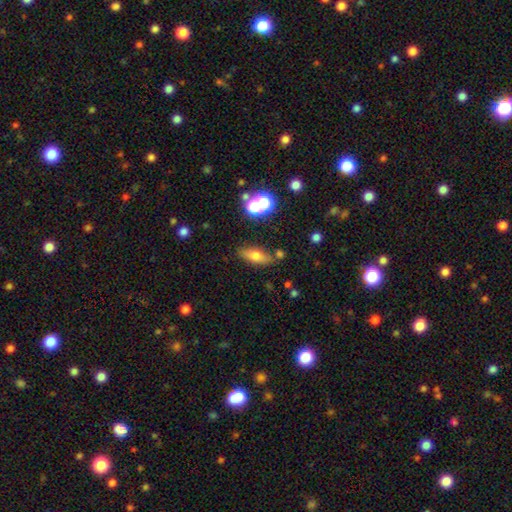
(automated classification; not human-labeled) This appears to be a smooth galaxy with no disk features (62%) that is in between round and cigar-shaped (62%). Merging: none (77%).